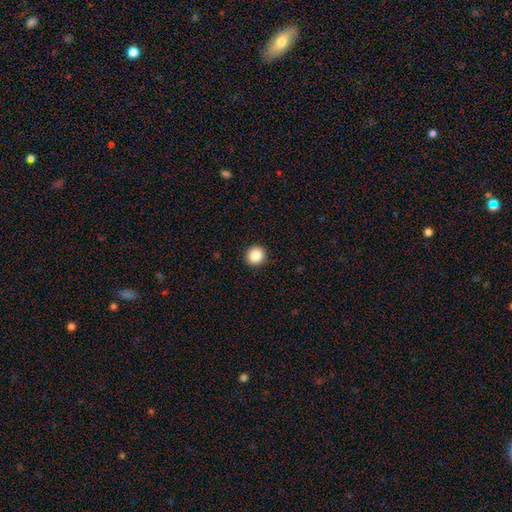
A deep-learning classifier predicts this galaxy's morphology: A smooth galaxy with no disk features (87%) that is round (91%). Merging: none (93%).